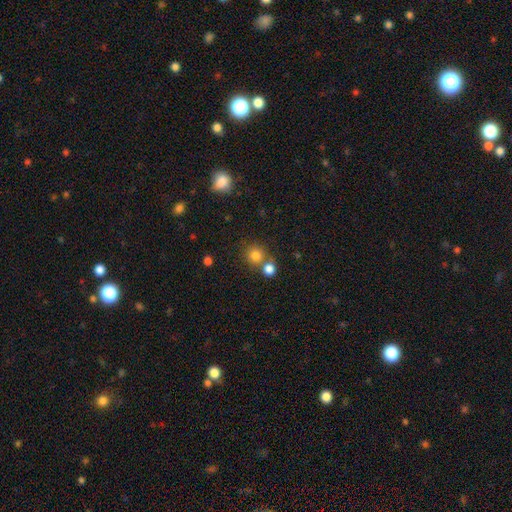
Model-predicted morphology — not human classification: smooth_or_featured: smooth (p=0.81) [alt: star or artifact p=0.13]
how_rounded: round (p=0.90) [alt: in between p=0.09]
merging: none (p=0.62) [alt: merger p=0.28]